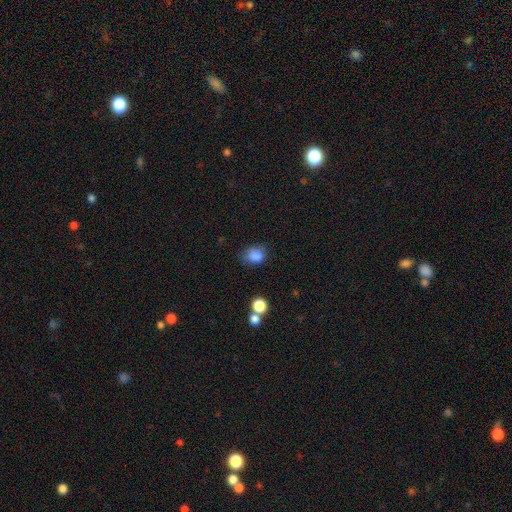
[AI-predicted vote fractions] Smooth or featured?
  - smooth: 83% *
  - star or artifact: 10%
  - featured or disk: 6%
How rounded?
  - round: 53% *
  - in between: 46%
  - cigar-shaped: 1%
Merging?
  - none: 58% *
  - minor disturbance: 29%
  - major disturbance: 9%
  - merger: 4%